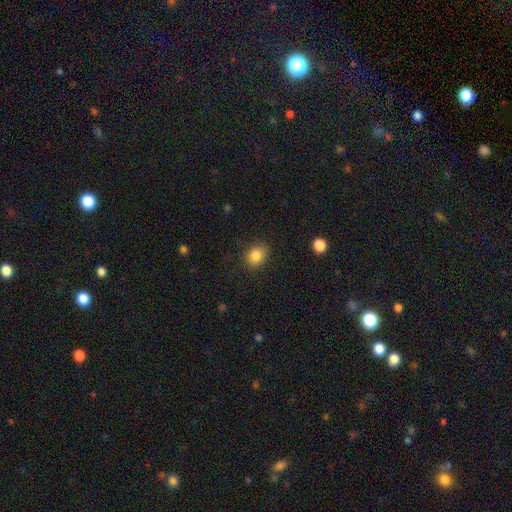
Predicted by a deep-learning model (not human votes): The model was most divided on "how rounded": round: 53%, in between: 46%, cigar-shaped: 1%. More confident: smooth or featured — smooth (85%); merging — none (84%).